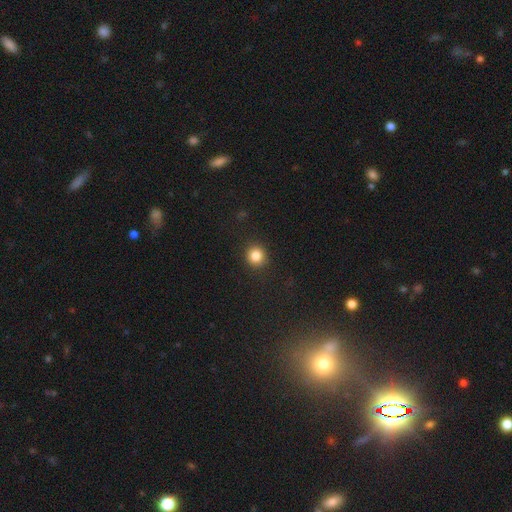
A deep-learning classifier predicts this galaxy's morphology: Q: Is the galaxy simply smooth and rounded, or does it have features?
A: smooth — 84%.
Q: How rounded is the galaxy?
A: round — 91%.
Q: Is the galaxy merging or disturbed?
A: none — 91%.